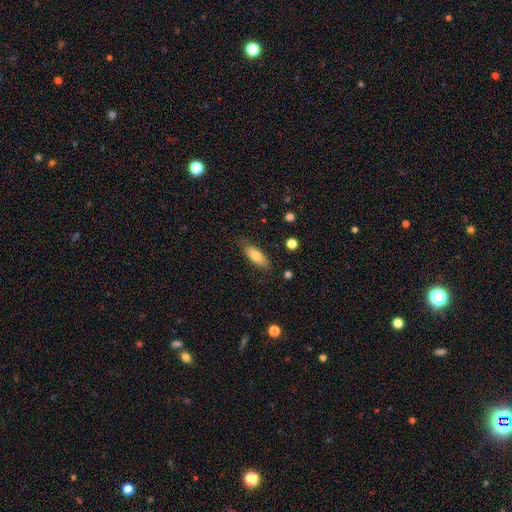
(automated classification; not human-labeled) Smooth or featured?
  - smooth: 80% *
  - featured or disk: 14%
  - star or artifact: 6%
How rounded?
  - in between: 65% *
  - cigar-shaped: 33%
  - round: 2%
Merging?
  - none: 80% *
  - minor disturbance: 15%
  - major disturbance: 3%
  - merger: 1%